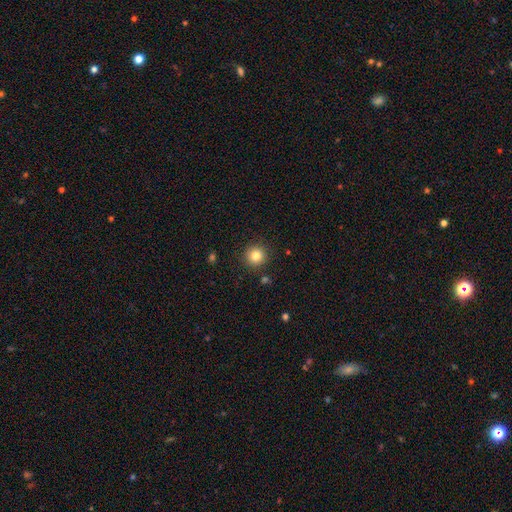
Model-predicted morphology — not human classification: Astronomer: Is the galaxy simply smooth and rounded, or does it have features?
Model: smooth — 82%.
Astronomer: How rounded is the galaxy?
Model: round — 95%.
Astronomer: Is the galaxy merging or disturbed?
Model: none — 90%.